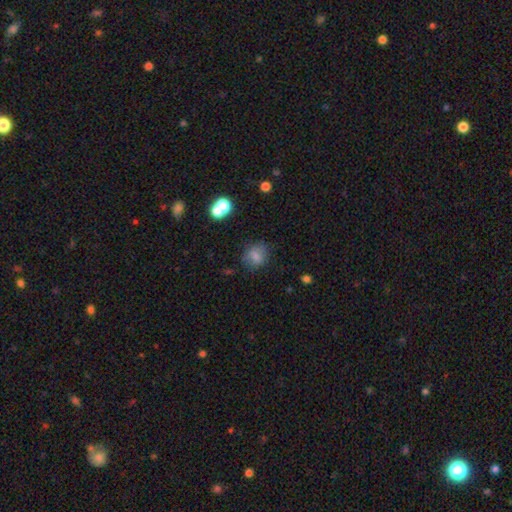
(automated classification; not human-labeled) A smooth galaxy with no disk features (74%) that is round (63%). Merging: none (64%).